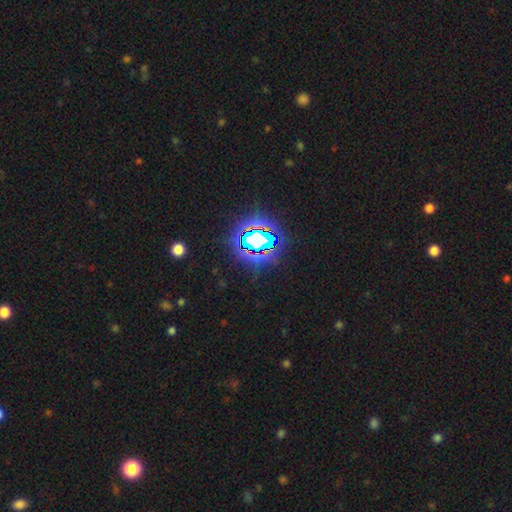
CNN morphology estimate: smooth_or_featured: star or artifact (p=0.84) [alt: smooth p=0.10]